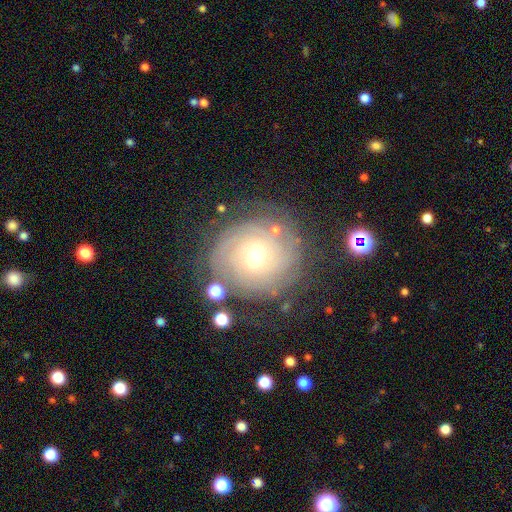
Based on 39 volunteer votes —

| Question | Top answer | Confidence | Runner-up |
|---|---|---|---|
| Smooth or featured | featured or disk | 74% | smooth (18%) |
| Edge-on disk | no | 93% | yes (7%) |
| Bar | weak | 48% | no (37%) |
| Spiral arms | yes | 96% | no (4%) |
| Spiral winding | tight | 77% | medium (19%) |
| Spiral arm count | can't tell | 58% | 4 (23%) |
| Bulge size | moderate | 59% | small (37%) |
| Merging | none | 83% | merger (8%) |